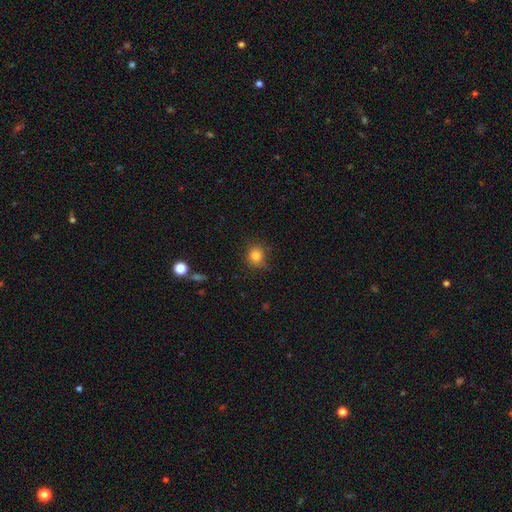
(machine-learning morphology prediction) smooth 84%, star or artifact 11%, featured or disk 5%. Down the decision tree: how rounded — round (83%); merging — none (77%).